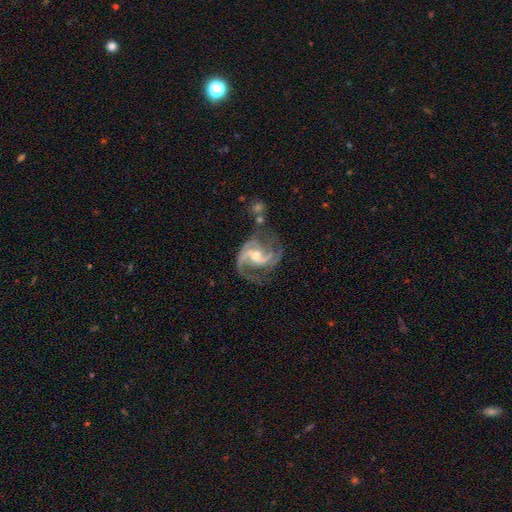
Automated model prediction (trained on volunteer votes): Q: Smooth or featured?
A: featured or disk (91%); runner-up: star or artifact (5%)
Q: Edge-on disk?
A: no (98%); runner-up: yes (2%)
Q: Bar?
A: weak (48%); runner-up: no (33%)
Q: Spiral arms?
A: yes (98%); runner-up: no (2%)
Q: Spiral winding?
A: medium (58%); runner-up: tight (23%)
Q: Spiral arm count?
A: 2 (64%); runner-up: 3 (21%)
Q: Bulge size?
A: moderate (66%); runner-up: small (28%)
Q: Merging?
A: none (57%); runner-up: minor disturbance (20%)